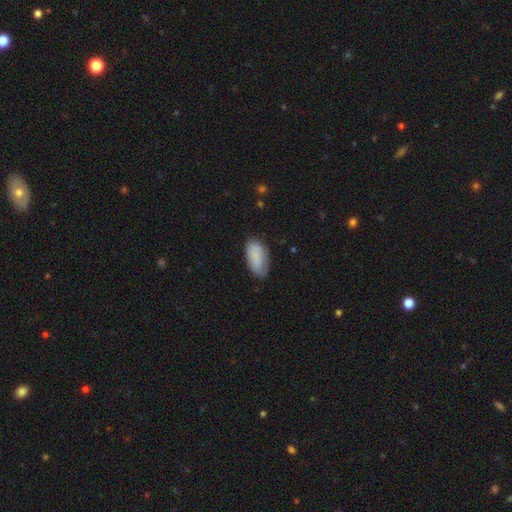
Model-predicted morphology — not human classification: This appears to be a smooth galaxy with no disk features (83%) that is in between round and cigar-shaped (94%). Merging: none (69%).